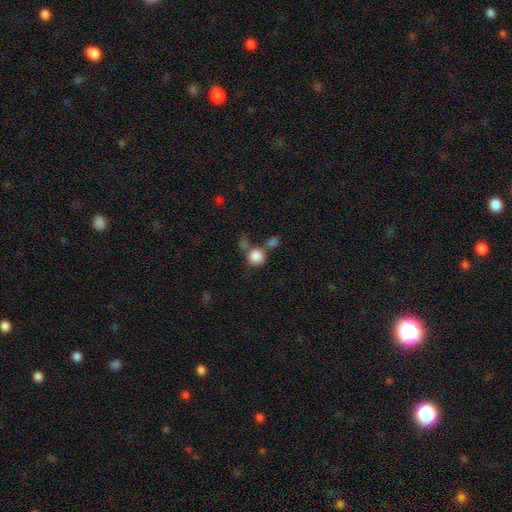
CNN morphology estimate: type=smooth (84%); roundness=round (87%); merging=none (45%).